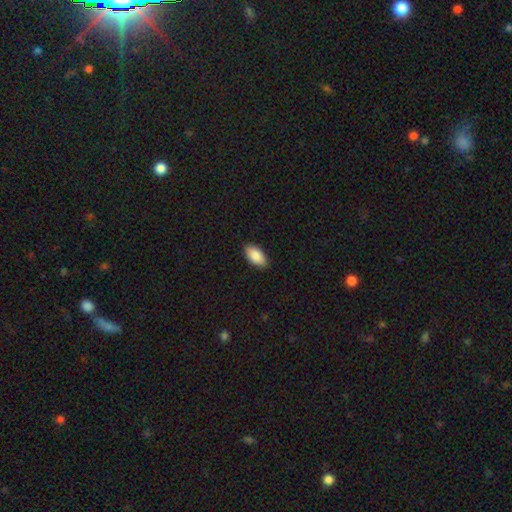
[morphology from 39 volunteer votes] A smooth galaxy with no disk features (85%) that is in between round and cigar-shaped (91%).

Vote fractions:
- Smooth or featured? smooth: 85% / featured or disk: 8% / star or artifact: 8%
- How rounded? in between: 91% / cigar-shaped: 6% / round: 3%
- Merging? none: 89% / minor disturbance: 6% / major disturbance: 6% / merger: 0%